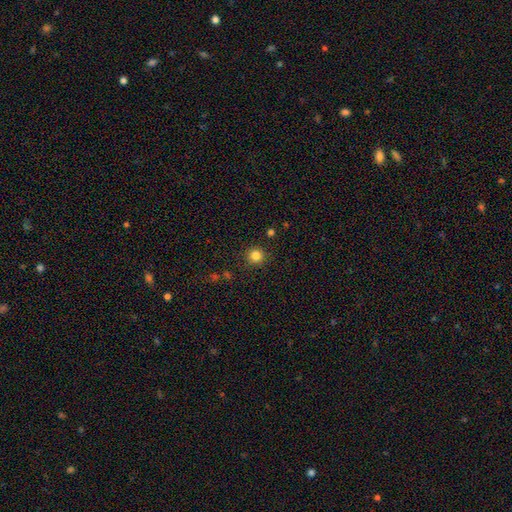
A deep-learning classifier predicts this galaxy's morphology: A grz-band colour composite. It shows a smooth galaxy with no disk features (83%) that is round (95%). Merging: none (90%).